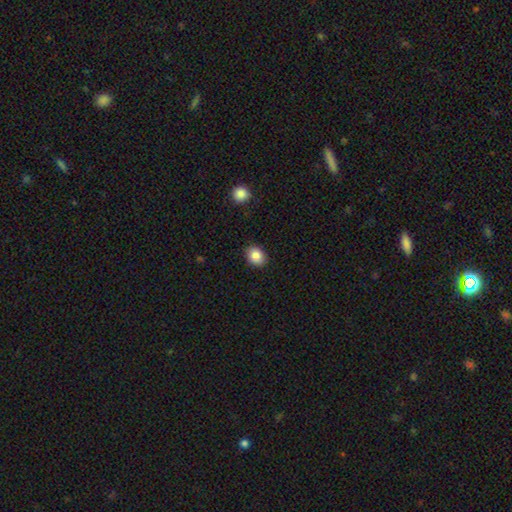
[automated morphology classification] The model was most divided on "how rounded": round: 50%, in between: 49%, cigar-shaped: 1%. More confident: merging — none (89%); smooth or featured — smooth (86%).